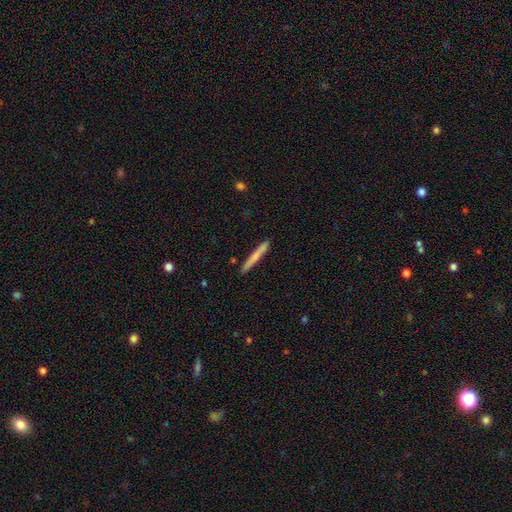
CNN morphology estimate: smooth-or-featured: smooth: 69% | featured or disk: 25% | star or artifact: 6%
  how-rounded: cigar-shaped: 97% | in between: 2% | round: 1%
  merging: none: 89% | minor disturbance: 8% | merger: 2% | major disturbance: 2%